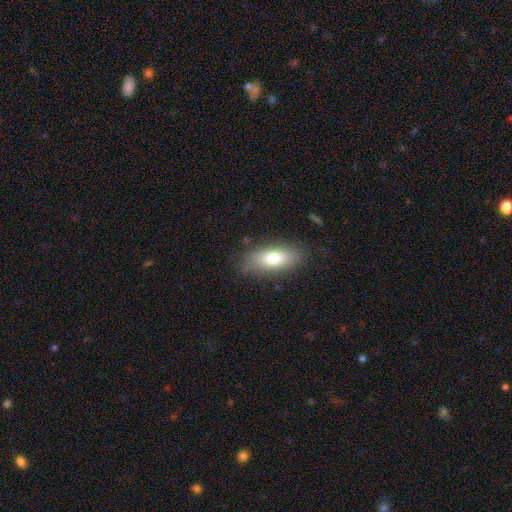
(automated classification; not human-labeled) Smooth or featured? smooth (72%)
How rounded? in between (79%)
Merging? none (83%)